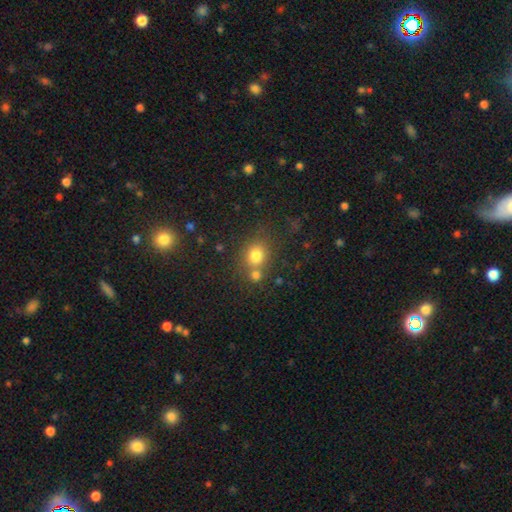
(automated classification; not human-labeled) Morphology: type=smooth (77%); roundness=round (69%); merging=none (55%).